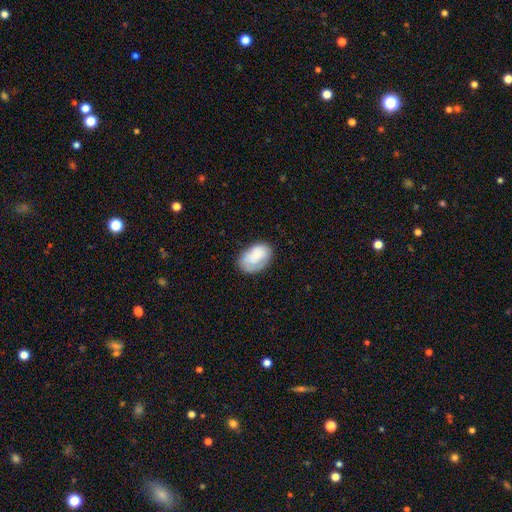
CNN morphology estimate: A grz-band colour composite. It shows a smooth galaxy with no disk features (73%) that is in between round and cigar-shaped (85%). Merging: none (68%).